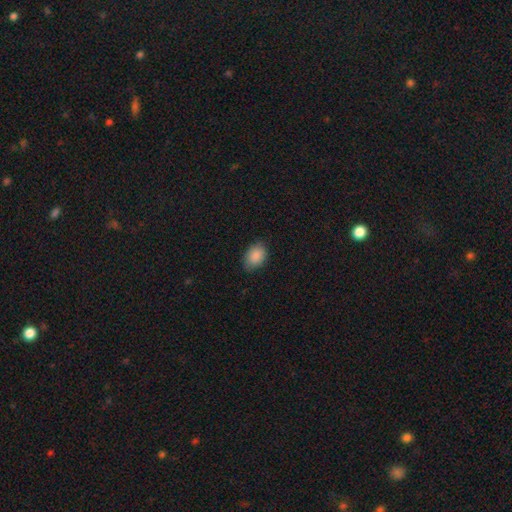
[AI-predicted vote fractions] Smooth or featured?
  - smooth: 88% *
  - star or artifact: 7%
  - featured or disk: 4%
How rounded?
  - in between: 81% *
  - round: 18%
  - cigar-shaped: 1%
Merging?
  - none: 81% *
  - minor disturbance: 16%
  - major disturbance: 3%
  - merger: 1%